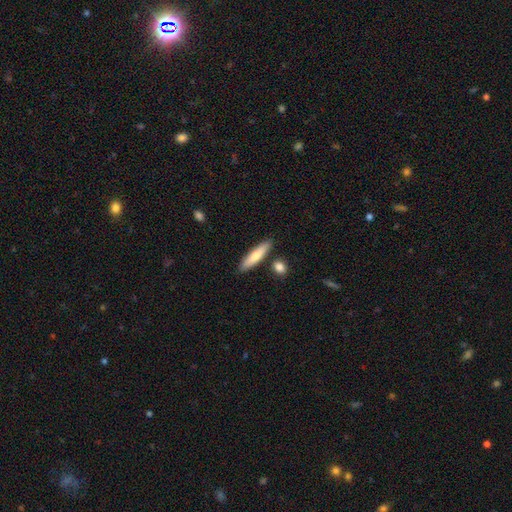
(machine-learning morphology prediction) Smooth or featured?
  - smooth: 73% *
  - featured or disk: 21%
  - star or artifact: 5%
How rounded?
  - cigar-shaped: 77% *
  - in between: 21%
  - round: 2%
Merging?
  - none: 84% *
  - minor disturbance: 9%
  - merger: 5%
  - major disturbance: 2%